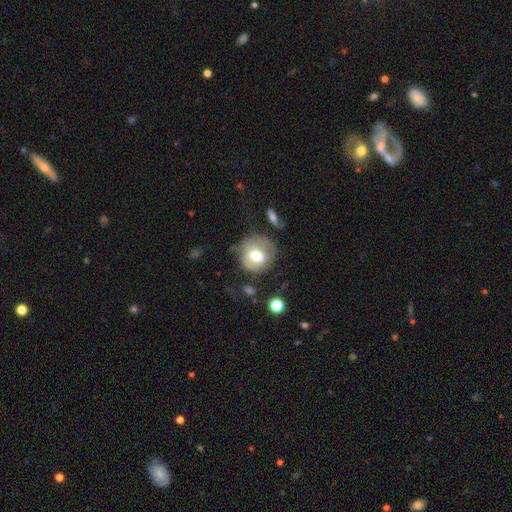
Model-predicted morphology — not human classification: A smooth galaxy with no disk features (53%) that is round (80%). Merging: none (56%).